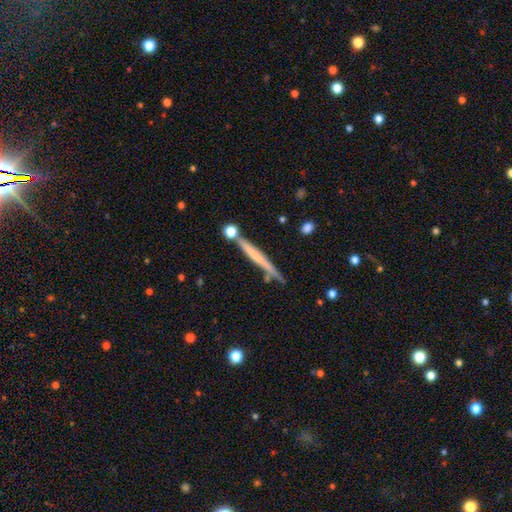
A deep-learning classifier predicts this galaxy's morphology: smooth-or-featured: smooth: 49% | featured or disk: 45% | star or artifact: 6%
  merging: none: 76% | minor disturbance: 13% | merger: 8% | major disturbance: 3%